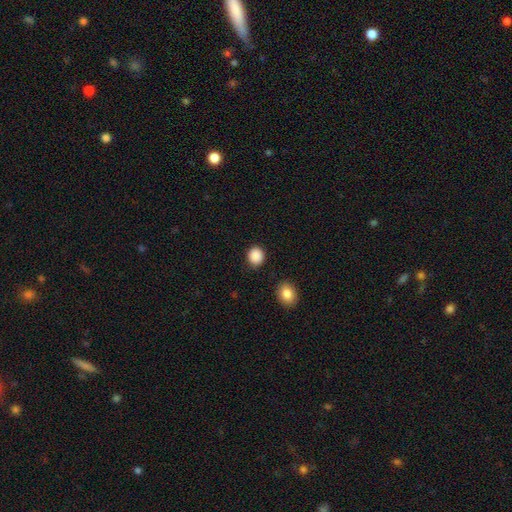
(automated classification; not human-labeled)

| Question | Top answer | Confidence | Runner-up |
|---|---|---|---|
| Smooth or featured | smooth | 89% | star or artifact (9%) |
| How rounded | round | 76% | in between (23%) |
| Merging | none | 88% | minor disturbance (8%) |